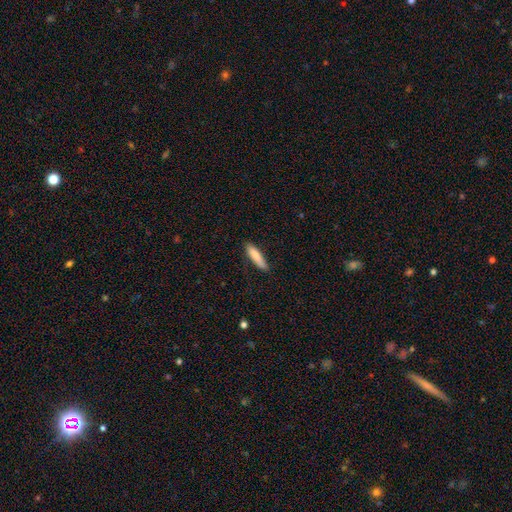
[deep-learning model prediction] smooth 82%, featured or disk 12%, star or artifact 6%. Down the decision tree: how rounded — cigar-shaped (77%); merging — none (83%).